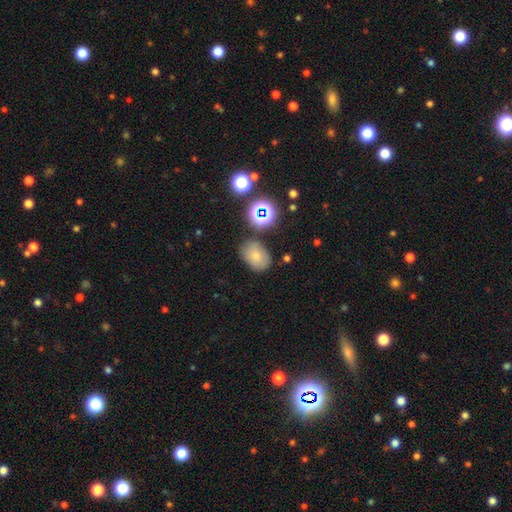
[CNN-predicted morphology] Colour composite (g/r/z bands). It shows a smooth galaxy with no disk features (70%) that is in between round and cigar-shaped (72%). Merging: none (69%).